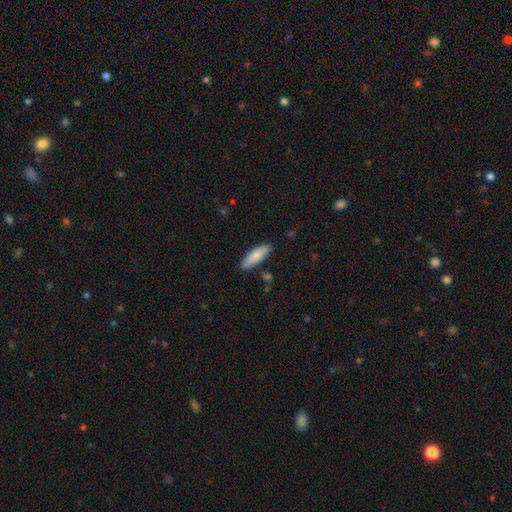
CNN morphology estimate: This appears to be a smooth galaxy with no disk features (83%) that is cigar-shaped (51%). Merging: none (86%).